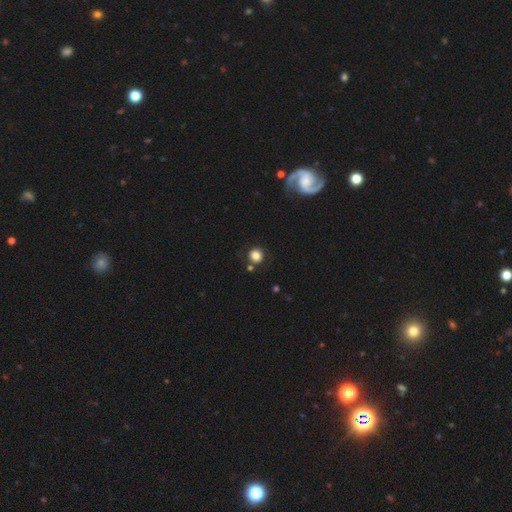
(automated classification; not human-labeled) The model was most divided on "merging": none: 78%, minor disturbance: 12%, merger: 6%, major disturbance: 4%. More confident: how rounded — round (85%); smooth or featured — smooth (83%).